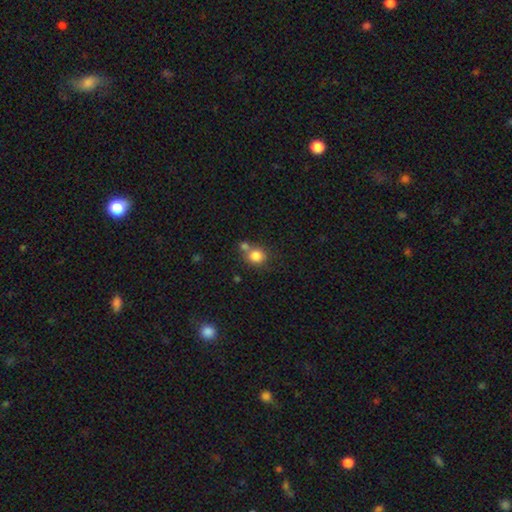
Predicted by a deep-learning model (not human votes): A smooth galaxy with no disk features (82%) that is round (79%). Merging: none (52%).